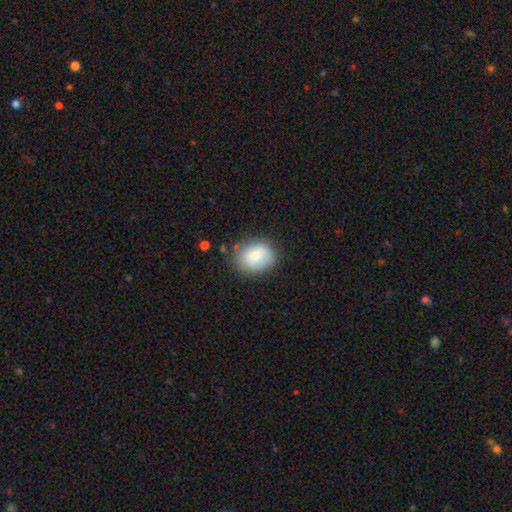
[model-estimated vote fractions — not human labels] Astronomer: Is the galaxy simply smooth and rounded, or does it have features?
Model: smooth — 78%.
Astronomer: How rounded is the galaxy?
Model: round — 52% (runner-up: in between, 47%).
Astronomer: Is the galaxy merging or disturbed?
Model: none — 75%.